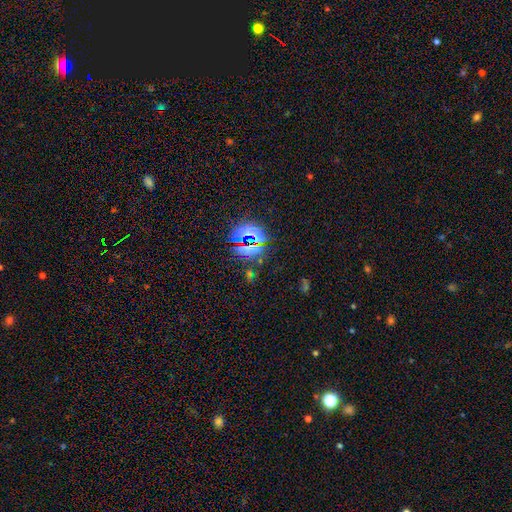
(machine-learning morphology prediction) Q: Smooth or featured?
A: star or artifact (76%); runner-up: smooth (16%)